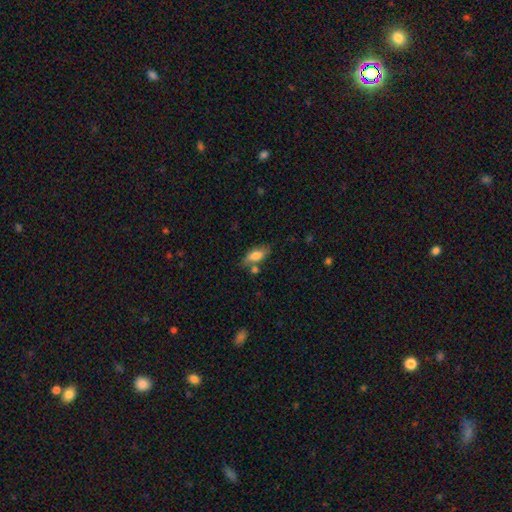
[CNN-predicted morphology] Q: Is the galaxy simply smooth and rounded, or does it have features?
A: smooth — 76%.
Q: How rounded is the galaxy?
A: in between — 81%.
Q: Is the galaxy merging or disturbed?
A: none — 65%.